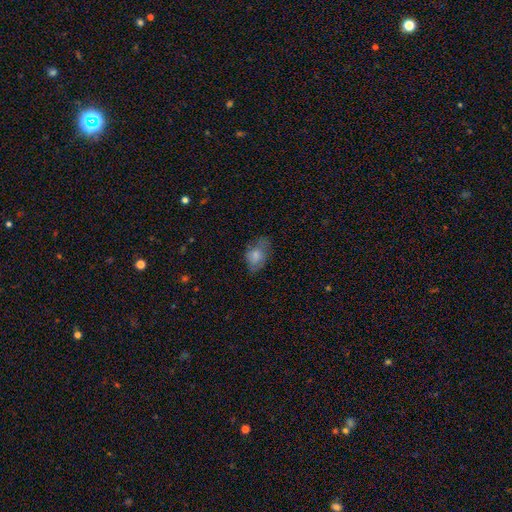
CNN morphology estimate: Smooth or featured? Predicted: smooth (p=0.72). How rounded? Predicted: in between (p=0.85). Merging? Predicted: none (p=0.54).